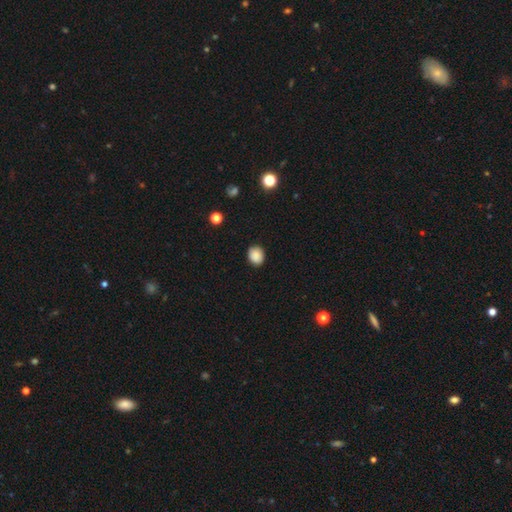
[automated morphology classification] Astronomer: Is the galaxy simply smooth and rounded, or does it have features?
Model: smooth — 87%.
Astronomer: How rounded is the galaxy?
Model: round — 66%.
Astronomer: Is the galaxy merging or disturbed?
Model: none — 87%.